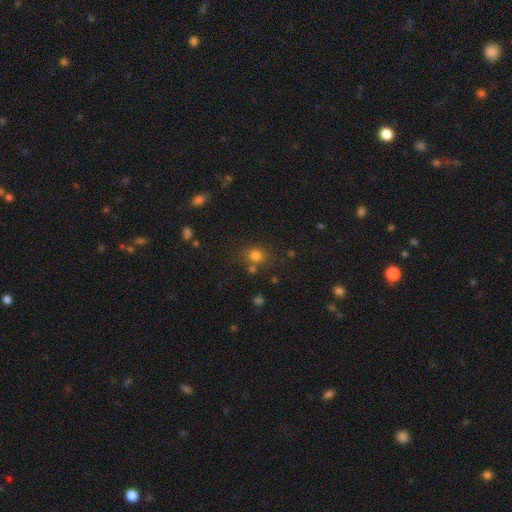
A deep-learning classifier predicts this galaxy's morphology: type=smooth (77%); roundness=round (68%); merging=none (69%).